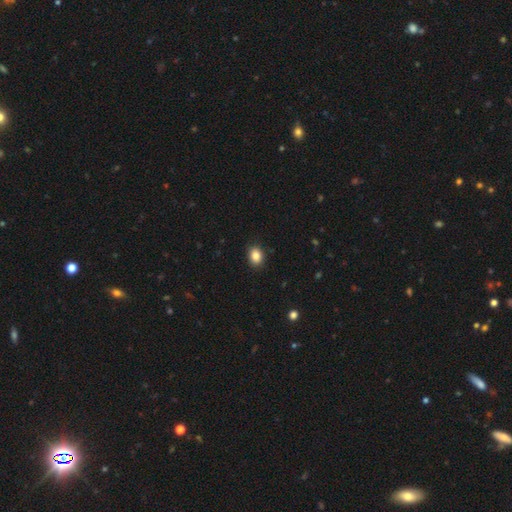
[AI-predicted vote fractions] This appears to be a smooth galaxy with no disk features (87%) that is in between round and cigar-shaped (62%). Merging: none (89%).